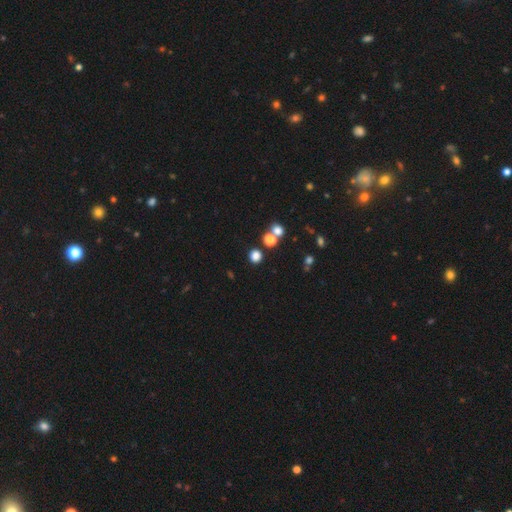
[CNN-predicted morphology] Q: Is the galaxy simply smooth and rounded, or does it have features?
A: smooth — 77%.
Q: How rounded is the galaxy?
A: round — 86%.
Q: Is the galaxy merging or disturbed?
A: none — 79%.